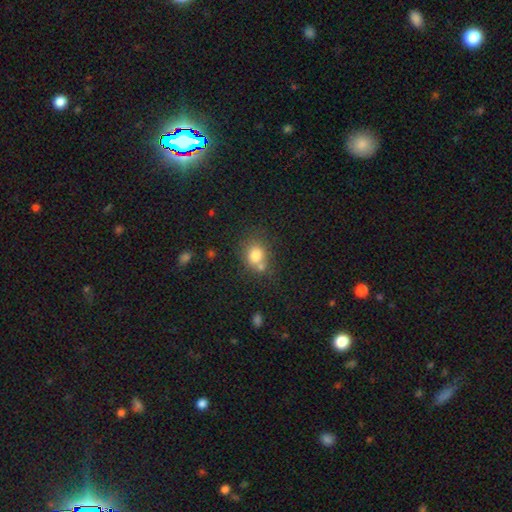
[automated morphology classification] Smooth or featured? smooth (78%)
How rounded? round (67%)
Merging? none (50%)